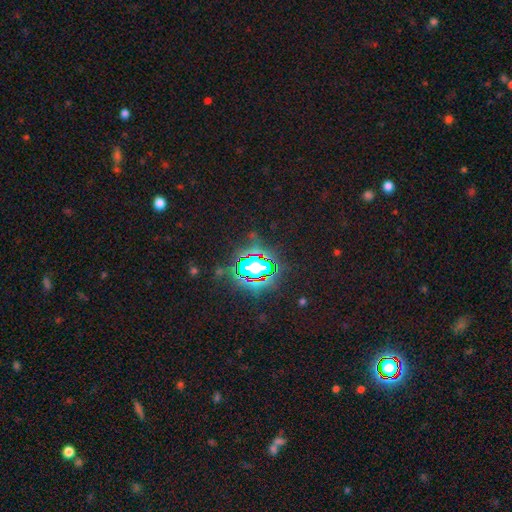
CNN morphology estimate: The model was most divided on "smooth or featured": star or artifact: 81%, smooth: 11%, featured or disk: 8%.